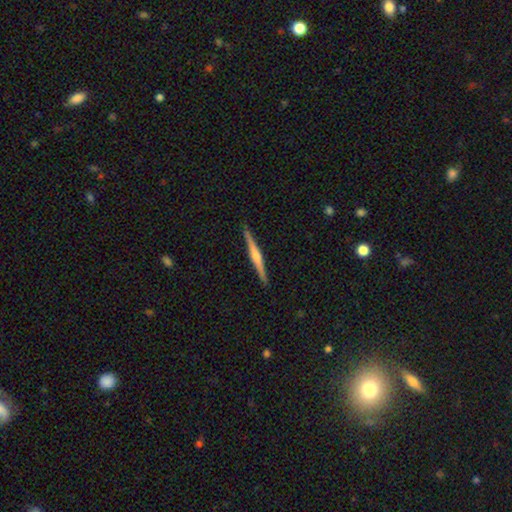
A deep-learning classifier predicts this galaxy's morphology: Q: Smooth or featured?
A: featured or disk (77%); runner-up: smooth (18%)
Q: Edge-on disk?
A: yes (99%); runner-up: no (1%)
Q: Edge-on bulge?
A: rounded (78%); runner-up: boxy (11%)
Q: Merging?
A: none (93%); runner-up: minor disturbance (5%)